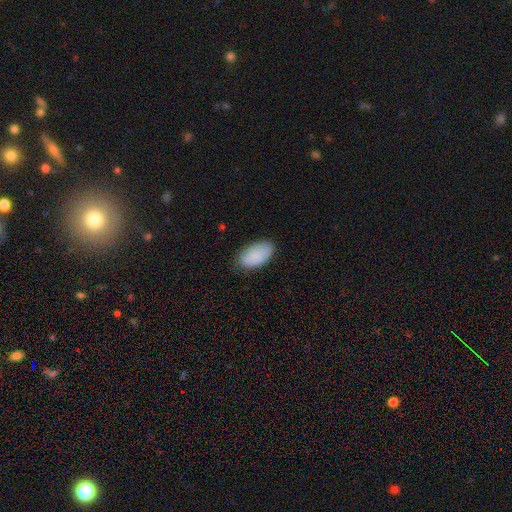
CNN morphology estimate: Q: Smooth or featured?
A: smooth (88%); runner-up: star or artifact (6%)
Q: How rounded?
A: in between (95%); runner-up: round (3%)
Q: Merging?
A: none (78%); runner-up: minor disturbance (18%)